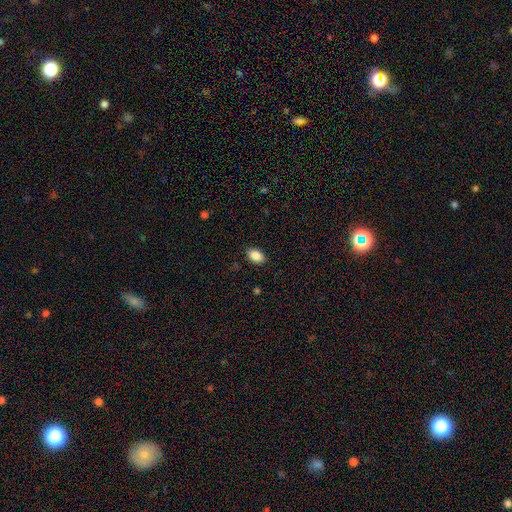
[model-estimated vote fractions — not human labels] This is clearly a smooth galaxy (88%). How rounded: clearly in between (89%). Merging: clearly none (87%).